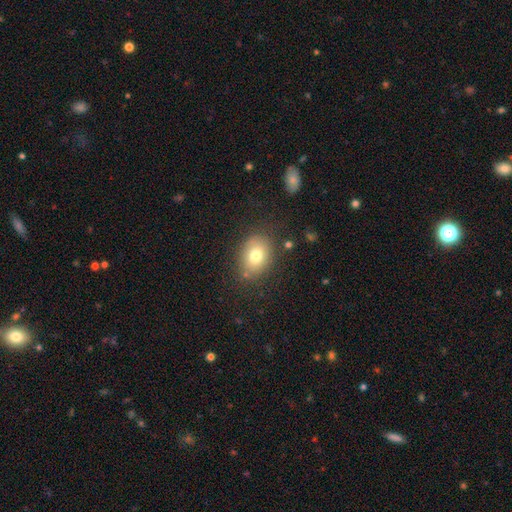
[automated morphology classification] smooth_or_featured: smooth (p=0.77) [alt: featured or disk p=0.13]
how_rounded: in between (p=0.62) [alt: round p=0.37]
merging: none (p=0.80) [alt: minor disturbance p=0.13]